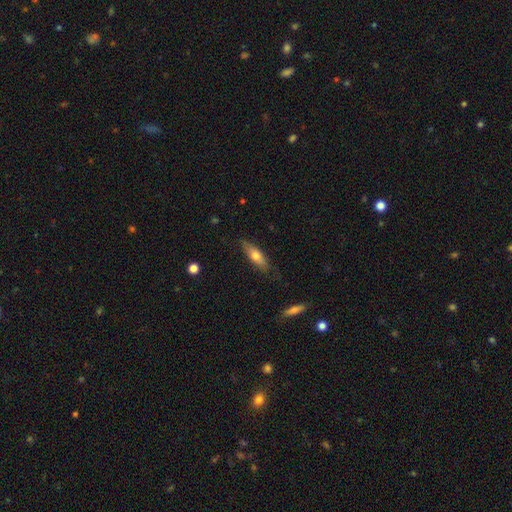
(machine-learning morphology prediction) Smooth or featured? Predicted: smooth (p=0.62). How rounded? Predicted: cigar-shaped (p=0.52). Merging? Predicted: none (p=0.77).